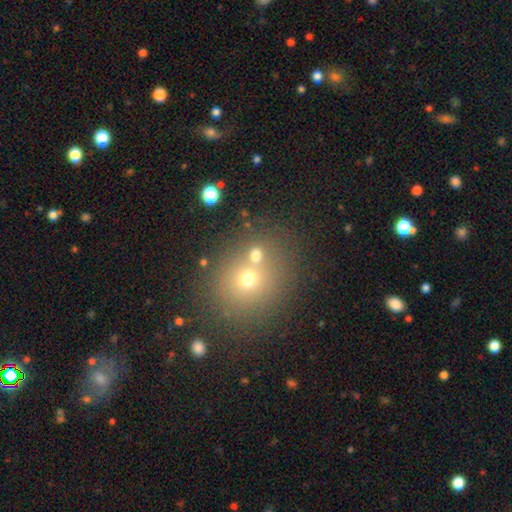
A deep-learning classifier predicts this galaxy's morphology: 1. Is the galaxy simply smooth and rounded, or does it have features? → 64% smooth, 22% star or artifact, 14% featured or disk.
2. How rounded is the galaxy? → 80% round, 19% in between, 1% cigar-shaped.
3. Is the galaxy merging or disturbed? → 54% none, 33% merger, 8% minor disturbance, 4% major disturbance.